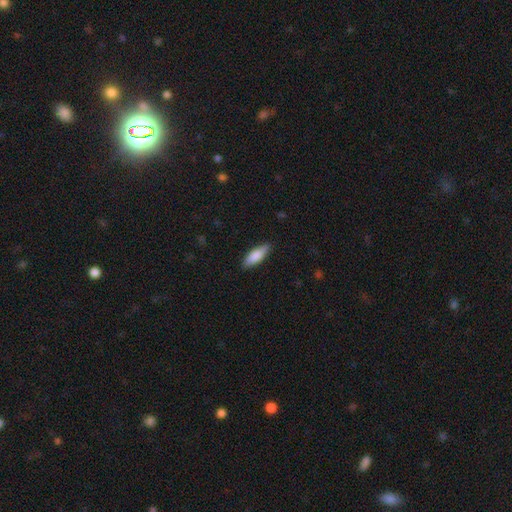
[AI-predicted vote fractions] A smooth galaxy with no disk features (83%) that is in between round and cigar-shaped (57%). Merging: none (86%).